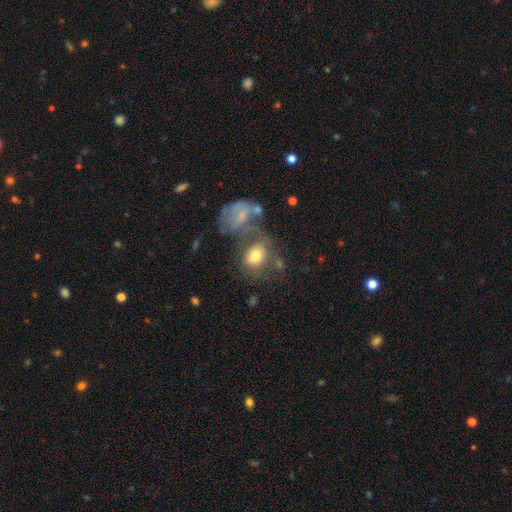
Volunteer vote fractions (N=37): Smooth or featured?
  - smooth: 62% *
  - featured or disk: 38%
  - star or artifact: 0%
How rounded?
  - in between: 52% *
  - round: 48%
  - cigar-shaped: 0%
Merging?
  - merger: 46% *
  - major disturbance: 35%
  - none: 16%
  - minor disturbance: 3%